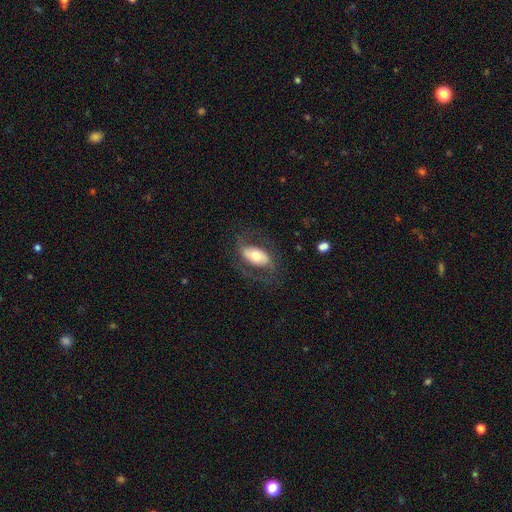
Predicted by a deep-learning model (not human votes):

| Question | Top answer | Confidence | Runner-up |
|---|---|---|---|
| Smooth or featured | featured or disk | 54% | smooth (40%) |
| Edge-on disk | no | 90% | yes (10%) |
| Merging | none | 69% | minor disturbance (16%) |